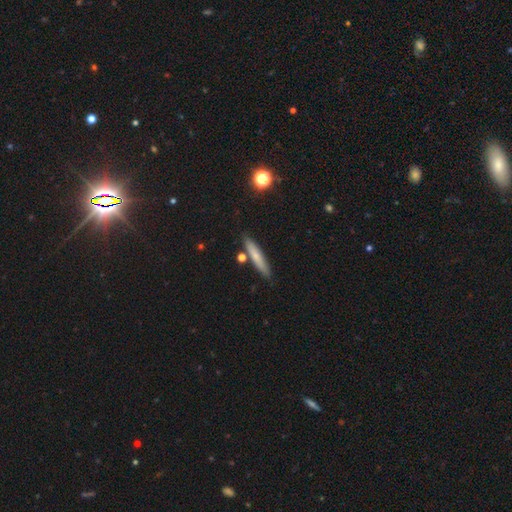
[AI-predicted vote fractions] Smooth or featured? Predicted: smooth (p=0.70). How rounded? Predicted: cigar-shaped (p=0.90). Merging? Predicted: none (p=0.83).